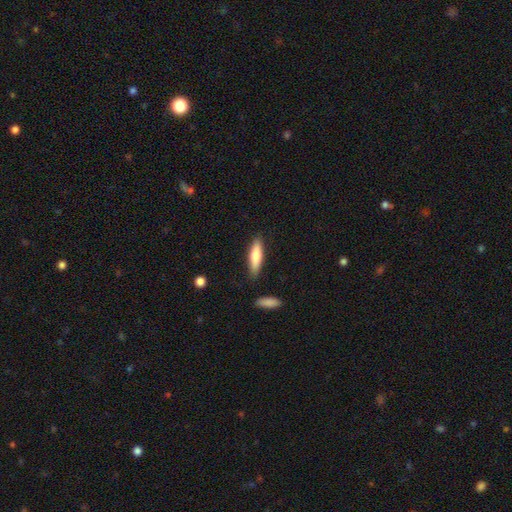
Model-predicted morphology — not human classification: A smooth galaxy with no disk features (74%) that is cigar-shaped (65%).

Vote fractions:
- Smooth or featured? smooth: 74% / featured or disk: 21% / star or artifact: 6%
- How rounded? cigar-shaped: 65% / in between: 33% / round: 2%
- Merging? none: 85% / minor disturbance: 10% / merger: 3% / major disturbance: 2%